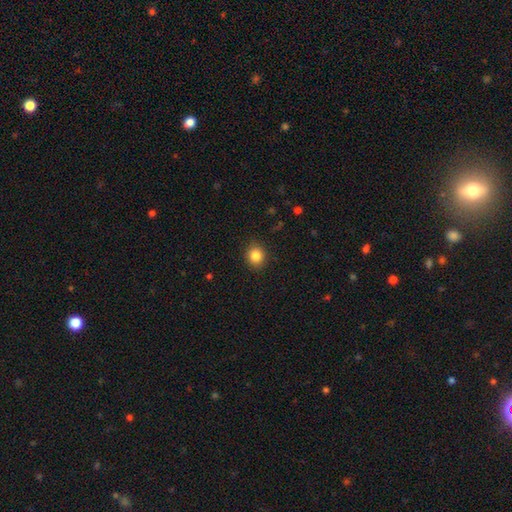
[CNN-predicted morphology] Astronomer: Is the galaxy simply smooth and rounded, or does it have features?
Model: smooth — 85%.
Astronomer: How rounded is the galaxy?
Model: round — 81%.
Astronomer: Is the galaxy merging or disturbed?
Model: none — 89%.